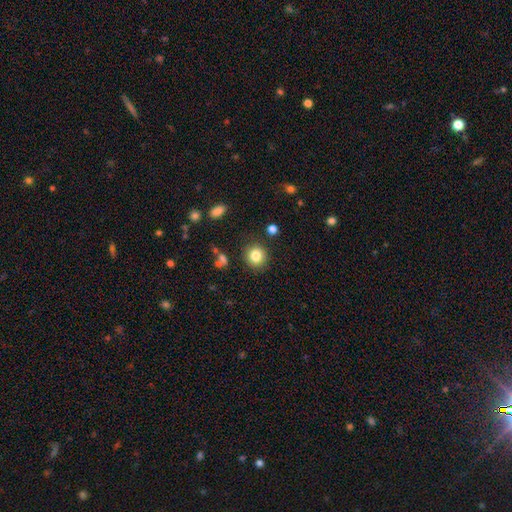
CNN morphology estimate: A smooth galaxy with no disk features (83%) that is round (90%). Merging: none (88%).